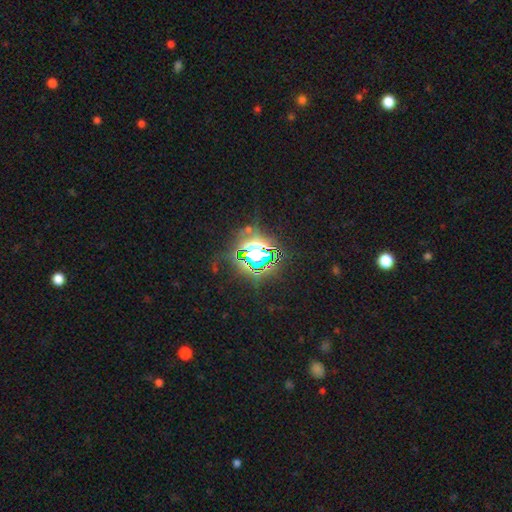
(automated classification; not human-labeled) Overall: star or artifact (85%).